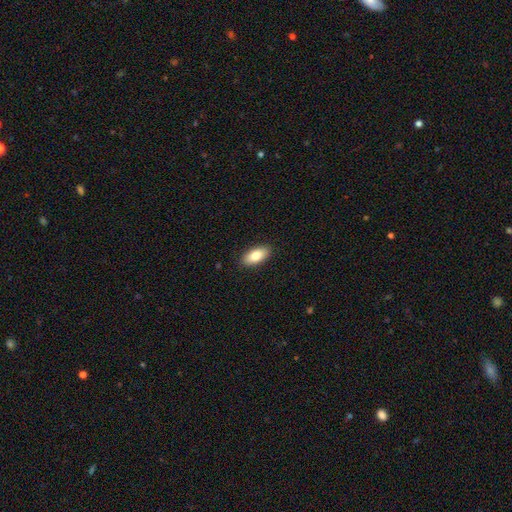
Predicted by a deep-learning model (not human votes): smooth_or_featured: smooth (p=0.82) [alt: featured or disk p=0.11]
how_rounded: in between (p=0.89) [alt: cigar-shaped p=0.08]
merging: none (p=0.89) [alt: minor disturbance p=0.08]